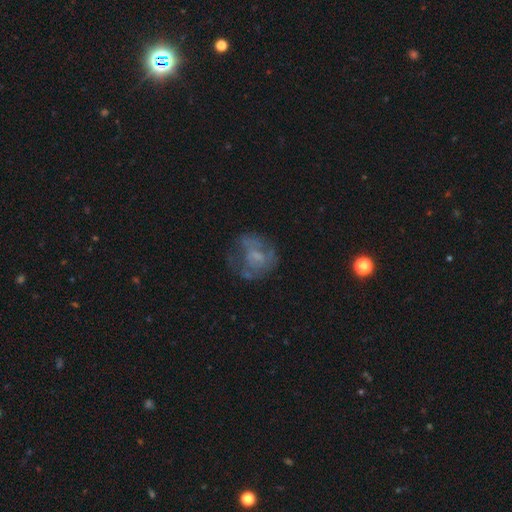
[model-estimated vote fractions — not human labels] Q: Smooth or featured?
A: featured or disk (53%); runner-up: smooth (33%)
Q: Edge-on disk?
A: no (97%); runner-up: yes (3%)
Q: Bar?
A: no (73%); runner-up: weak (22%)
Q: Spiral arms?
A: no (68%); runner-up: yes (32%)
Q: Bulge size?
A: small (38%); runner-up: none (35%)
Q: Merging?
A: none (47%); runner-up: major disturbance (28%)